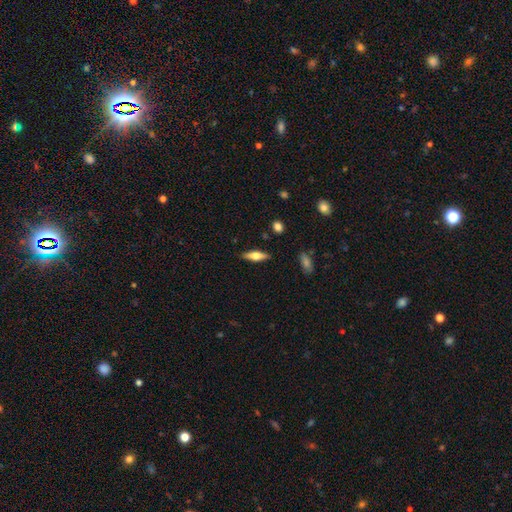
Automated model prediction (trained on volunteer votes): Smooth or featured?
  - smooth: 51% *
  - featured or disk: 42%
  - star or artifact: 6%
How rounded?
  - cigar-shaped: 49% *
  - in between: 48%
  - round: 3%
Merging?
  - none: 87% *
  - minor disturbance: 9%
  - major disturbance: 2%
  - merger: 2%